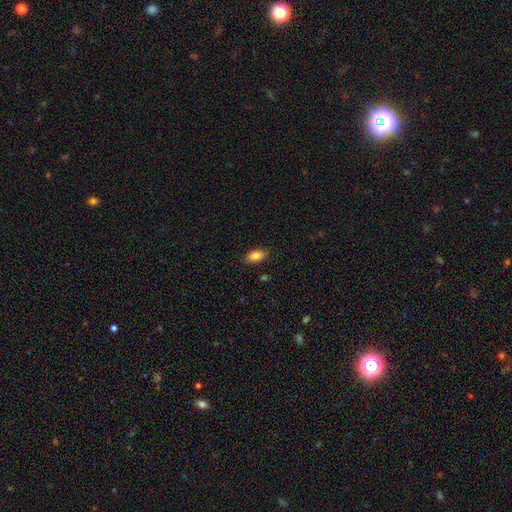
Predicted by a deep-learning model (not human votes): Smooth or featured?
  - smooth: 84% *
  - featured or disk: 8%
  - star or artifact: 8%
How rounded?
  - in between: 91% *
  - cigar-shaped: 6%
  - round: 4%
Merging?
  - none: 86% *
  - minor disturbance: 11%
  - major disturbance: 2%
  - merger: 1%